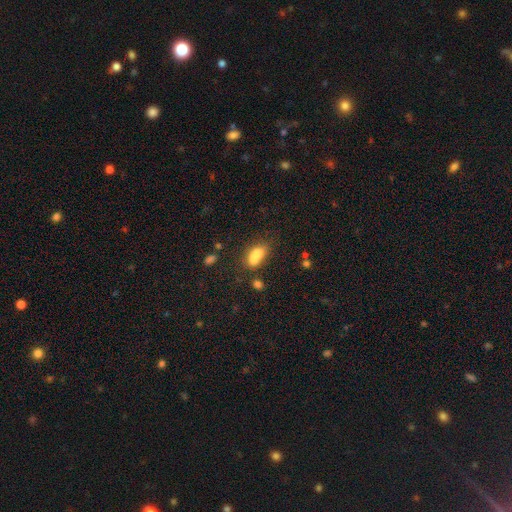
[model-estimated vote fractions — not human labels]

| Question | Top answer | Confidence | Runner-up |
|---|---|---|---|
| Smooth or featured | smooth | 74% | featured or disk (15%) |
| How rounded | in between | 77% | cigar-shaped (12%) |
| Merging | merger | 46% | none (32%) |